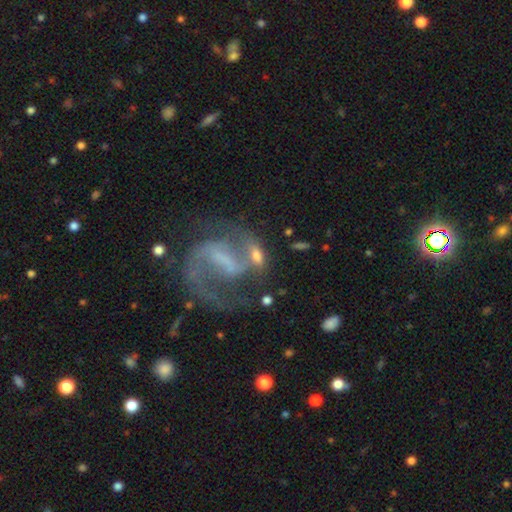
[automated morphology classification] featured or disk 77%, smooth 14%, star or artifact 9%. Down the decision tree: edge-on disk — no (96%); bar — weak (41%); spiral arms — yes (86%); spiral arm count — 2 (82%); spiral winding — medium (47%); bulge size — none (41%); merging — none (48%).